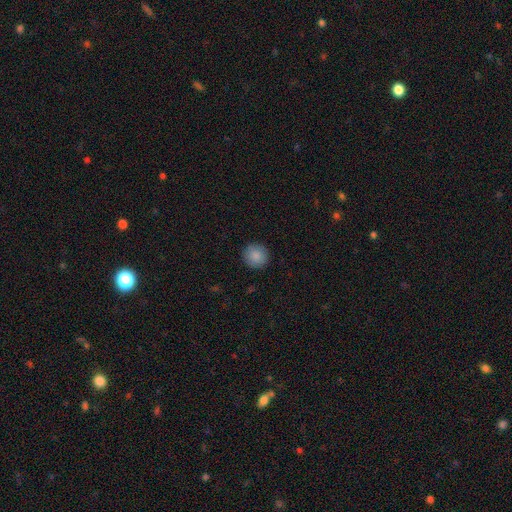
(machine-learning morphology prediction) smooth_or_featured: smooth (p=0.87) [alt: star or artifact p=0.09]
how_rounded: round (p=0.94) [alt: in between p=0.05]
merging: none (p=0.91) [alt: minor disturbance p=0.06]